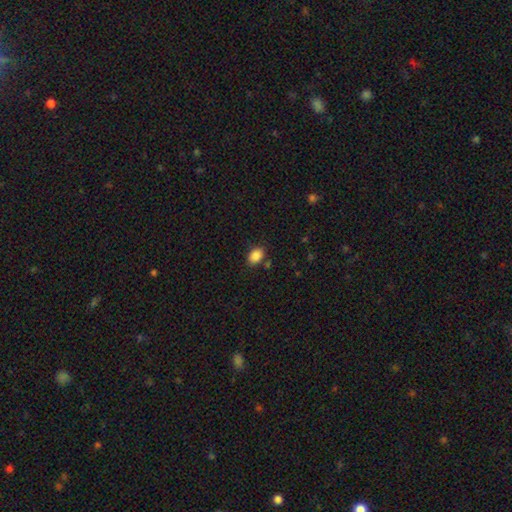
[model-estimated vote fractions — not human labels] Smooth or featured: smooth — 87% (star or artifact — 9%)
How rounded: in between — 79% (round — 20%)
Merging: none — 80% (minor disturbance — 13%)